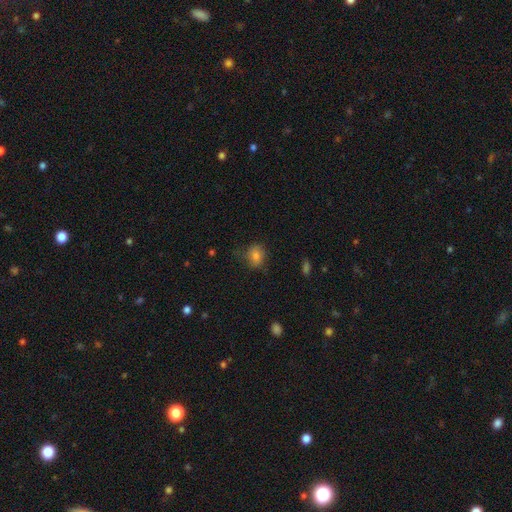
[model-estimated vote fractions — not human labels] This appears to be a smooth galaxy with no disk features (80%) that is round (64%). Merging: none (71%).